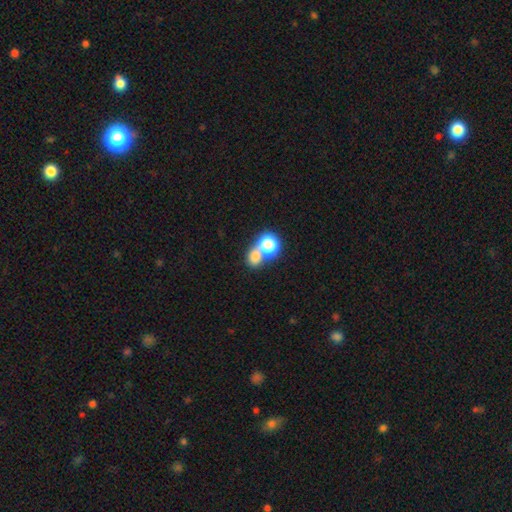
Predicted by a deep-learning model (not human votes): This is likely a smooth galaxy (70%). How rounded: likely round (64%). Merging: possibly merger (53%).